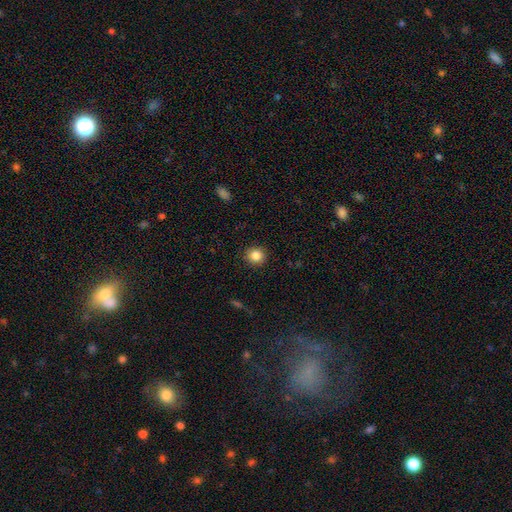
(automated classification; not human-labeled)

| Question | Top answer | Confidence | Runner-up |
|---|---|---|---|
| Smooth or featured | smooth | 84% | star or artifact (10%) |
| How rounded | round | 91% | in between (8%) |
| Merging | none | 91% | minor disturbance (6%) |